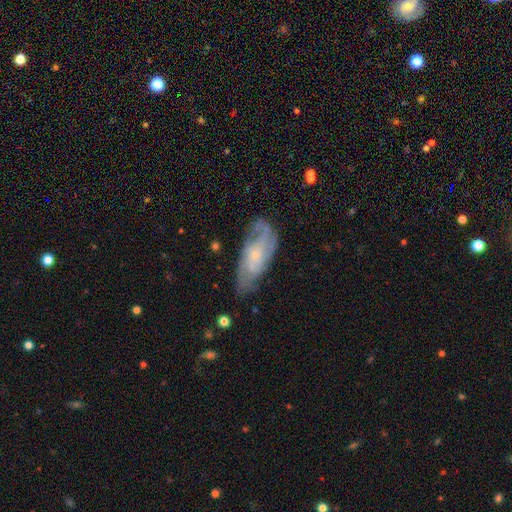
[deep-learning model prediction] Morphology: type=featured or disk (74%); edge-on=no (90%); bar=no (69%); spiral arms=yes (89%); winding=tight (42%); arm count=2 (41%); bulge=small (74%); merging=none (67%).